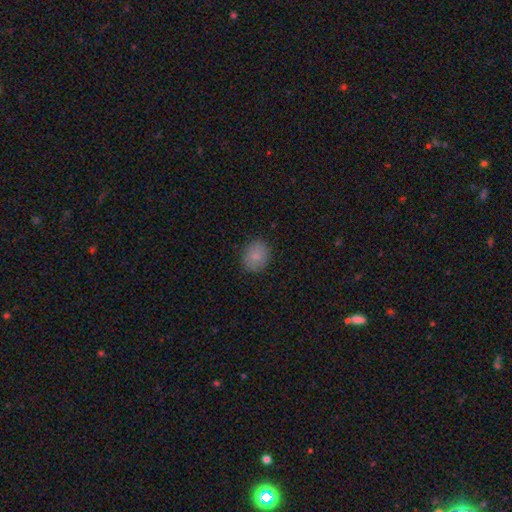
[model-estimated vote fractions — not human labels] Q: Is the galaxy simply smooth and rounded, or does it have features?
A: smooth — 83%.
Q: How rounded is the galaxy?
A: round — 62%.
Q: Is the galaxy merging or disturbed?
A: none — 85%.